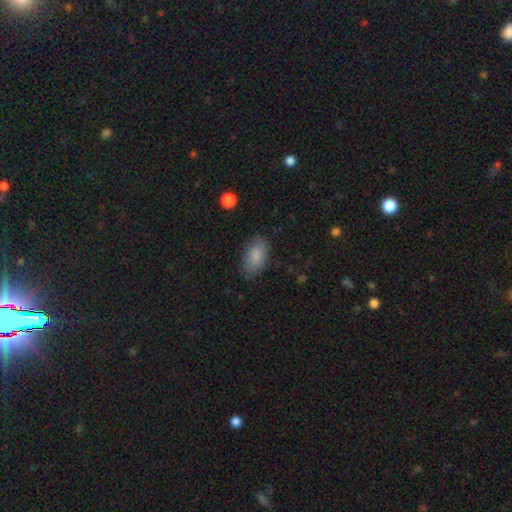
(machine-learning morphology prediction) The model was most divided on "merging": none: 78%, minor disturbance: 16%, major disturbance: 4%, merger: 1%. More confident: how rounded — in between (93%); smooth or featured — smooth (83%).